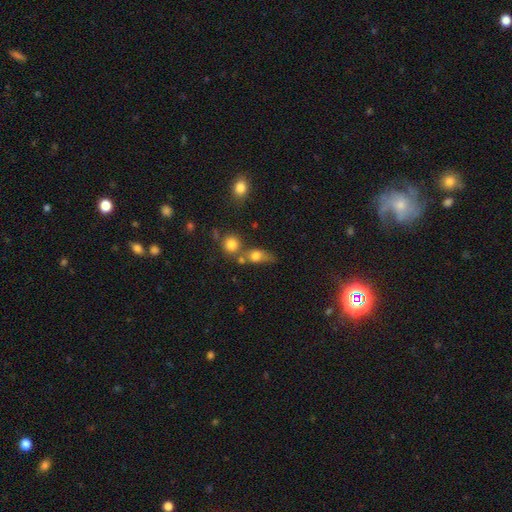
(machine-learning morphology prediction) Smooth or featured? smooth (74%)
How rounded? in between (52%)
Merging? none (36%)